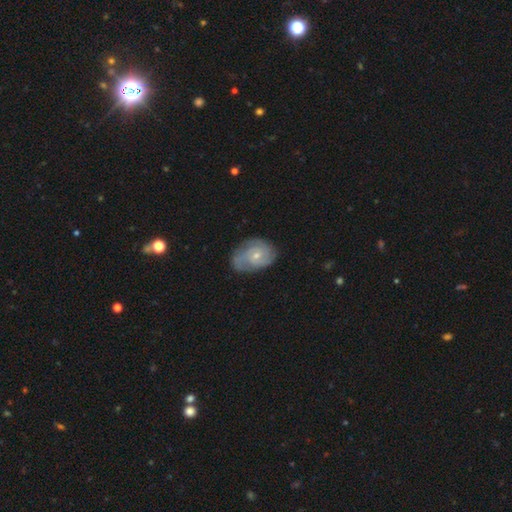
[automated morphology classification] A featured or disk galaxy (72%) with no bar (69%), 2 (30%) tight (54%) spiral arms (91%) and a small central bulge (63%).

Vote fractions:
- Smooth or featured? featured or disk: 72% / smooth: 22% / star or artifact: 6%
- Edge-on disk? no: 97% / yes: 3%
- Bar? no: 69% / weak: 28% / strong: 3%
- Spiral arms? yes: 91% / no: 9%
- Spiral winding? tight: 54% / medium: 35% / loose: 10%
- Spiral arm count? 2: 30% / can't tell: 28% / 3: 27% / 4: 7% / 1: 5% / more than 4: 4%
- Bulge size? small: 63% / moderate: 33% / none: 2% / large: 1% / dominant: 1%
- Merging? none: 61% / minor disturbance: 27% / major disturbance: 10% / merger: 2%